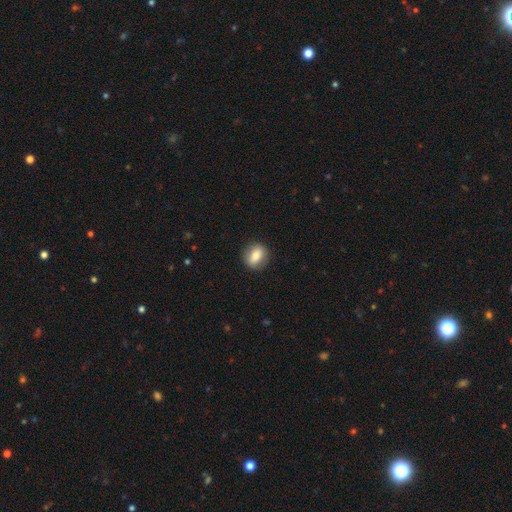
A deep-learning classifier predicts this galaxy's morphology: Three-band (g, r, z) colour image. It shows a smooth galaxy with no disk features (71%) that is round (61%). Merging: none (87%).